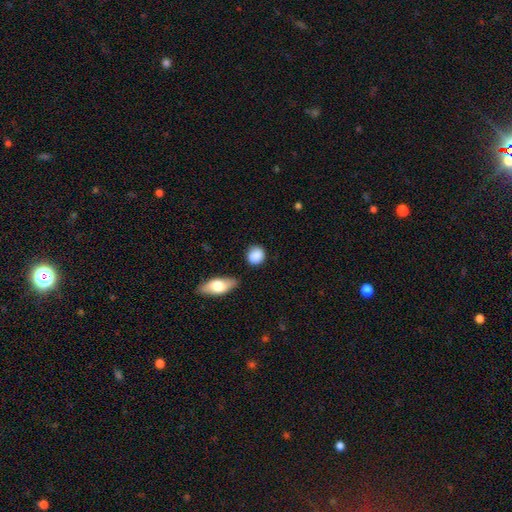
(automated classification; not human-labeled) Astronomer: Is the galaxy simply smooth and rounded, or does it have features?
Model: smooth — 87%.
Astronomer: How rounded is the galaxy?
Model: round — 76%.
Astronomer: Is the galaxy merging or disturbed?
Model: none — 78%.